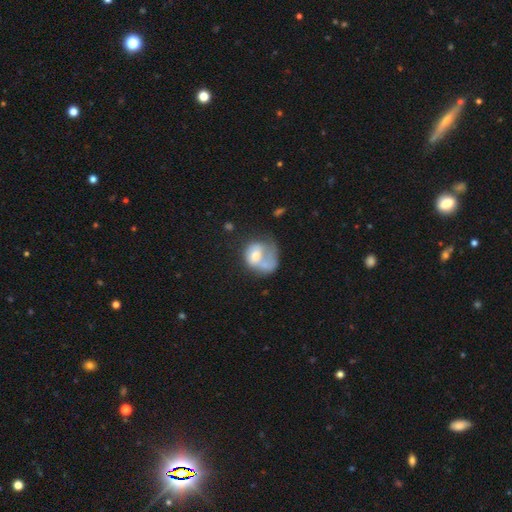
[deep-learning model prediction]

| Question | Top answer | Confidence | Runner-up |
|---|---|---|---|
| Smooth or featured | smooth | 52% | featured or disk (40%) |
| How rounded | round | 54% | in between (45%) |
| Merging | major disturbance | 32% | merger (30%) |